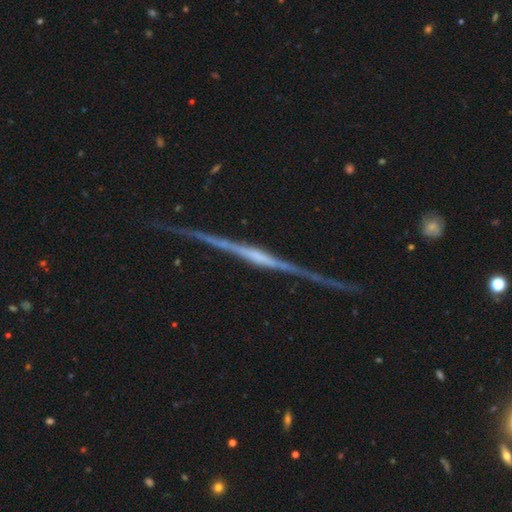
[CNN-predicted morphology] This appears to be a featured or disk galaxy (87%) viewed edge-on (98%) with a rounded central bulge (42%). Merging: none (86%).